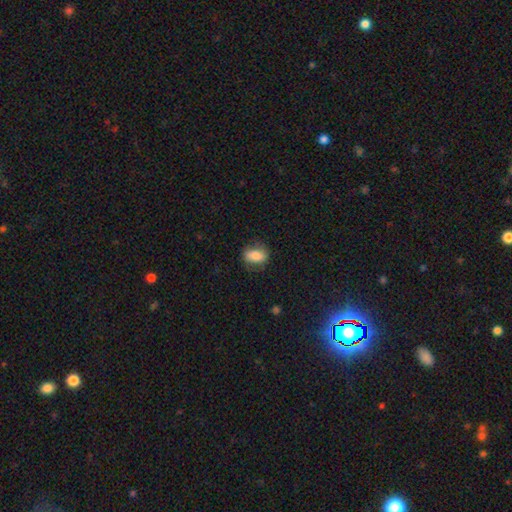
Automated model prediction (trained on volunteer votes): A smooth galaxy with no disk features (76%) that is in between round and cigar-shaped (78%).

Vote fractions:
- Smooth or featured? smooth: 76% / featured or disk: 16% / star or artifact: 8%
- How rounded? in between: 78% / round: 17% / cigar-shaped: 4%
- Merging? none: 76% / minor disturbance: 17% / major disturbance: 6% / merger: 1%